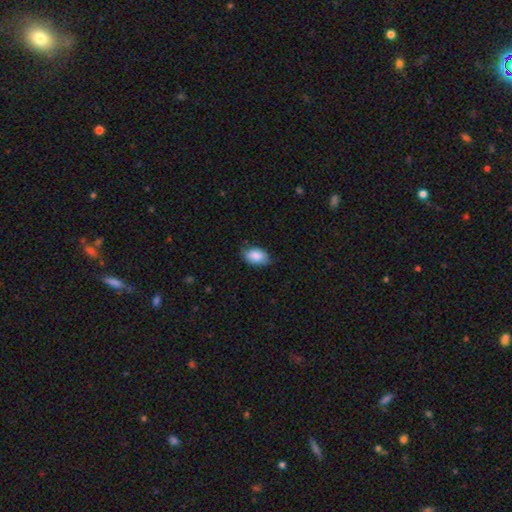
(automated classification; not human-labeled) Smooth or featured: smooth — 88% (star or artifact — 7%)
How rounded: in between — 91% (round — 8%)
Merging: none — 75% (minor disturbance — 20%)